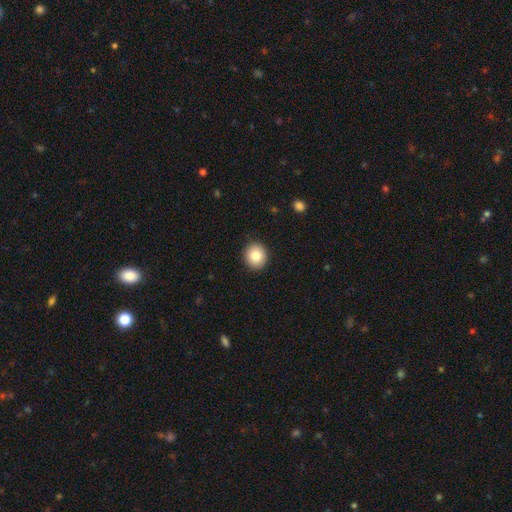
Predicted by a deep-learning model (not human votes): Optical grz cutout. It shows a smooth galaxy with no disk features (83%) that is round (83%). Merging: none (92%).